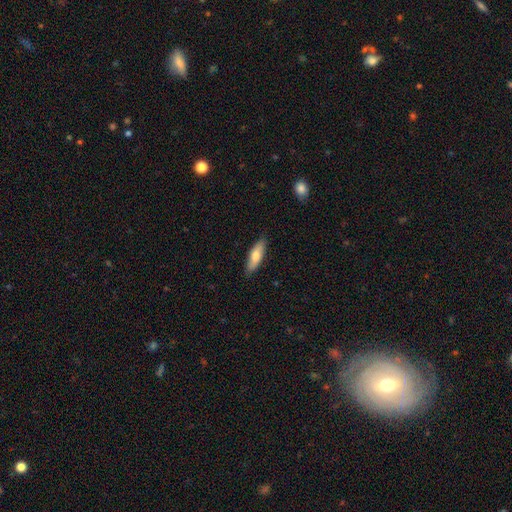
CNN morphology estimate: smooth 74%, featured or disk 21%, star or artifact 6%. Down the decision tree: how rounded — cigar-shaped (51%); merging — none (86%).